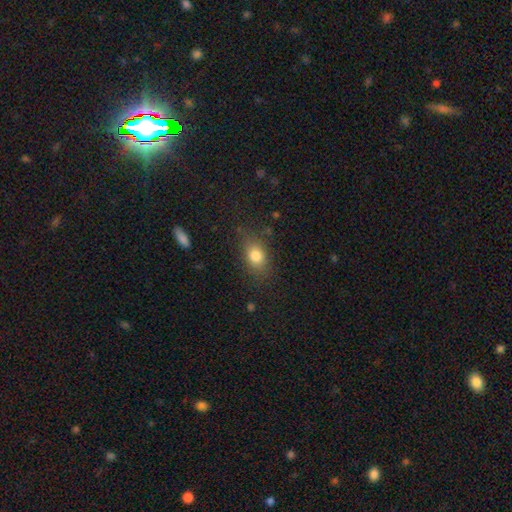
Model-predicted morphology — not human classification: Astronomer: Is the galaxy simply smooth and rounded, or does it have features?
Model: smooth — 80%.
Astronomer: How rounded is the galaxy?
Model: in between — 70%.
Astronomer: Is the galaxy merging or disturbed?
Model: none — 76%.